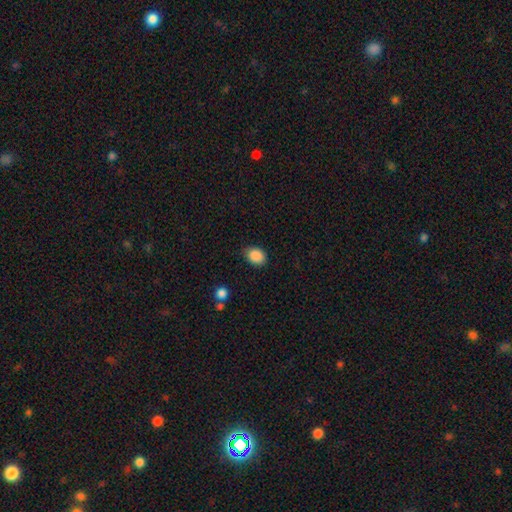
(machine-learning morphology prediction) Overall: smooth (89%). How rounded: in between (58%; round 41%). Merging: none (79%).